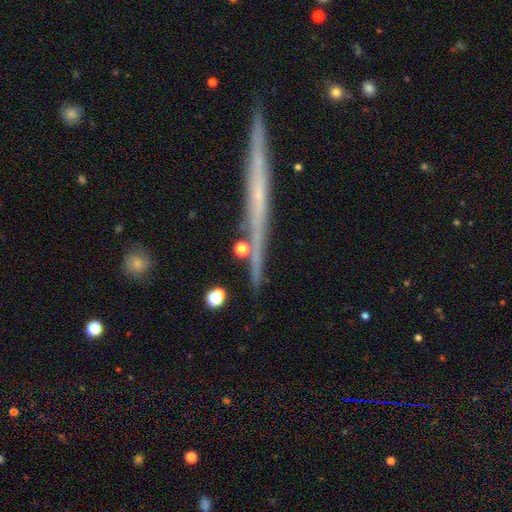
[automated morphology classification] Overall: featured or disk (57%; smooth 34%). Edge-on disk: yes (94%). Edge-on bulge: none (82%). Merging: none (85%).